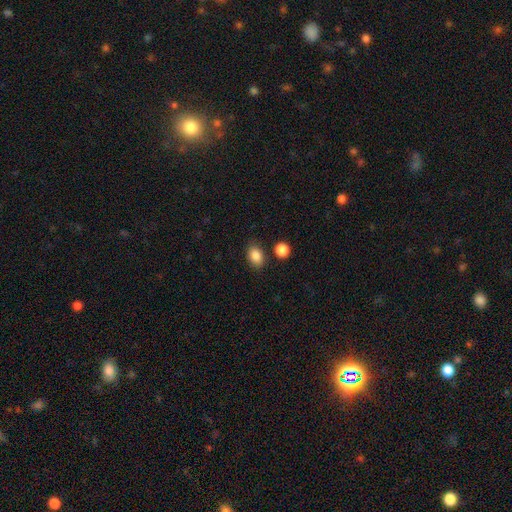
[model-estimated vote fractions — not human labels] Smooth or featured: smooth — 87% (star or artifact — 8%)
How rounded: in between — 77% (round — 22%)
Merging: none — 82% (minor disturbance — 10%)